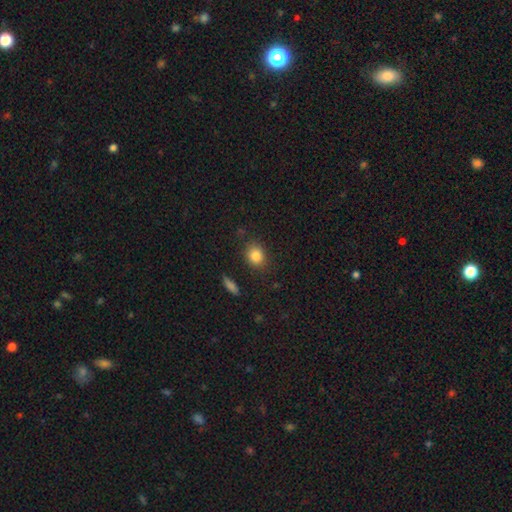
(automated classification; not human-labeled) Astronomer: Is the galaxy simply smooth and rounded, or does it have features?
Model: smooth — 85%.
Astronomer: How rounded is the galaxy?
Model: round — 60% (runner-up: in between, 39%).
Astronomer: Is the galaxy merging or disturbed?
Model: none — 82%.